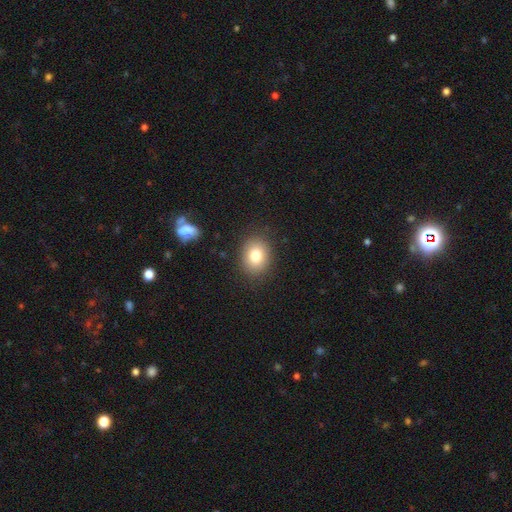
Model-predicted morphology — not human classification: type=smooth (80%); roundness=in between (52%); merging=none (86%).